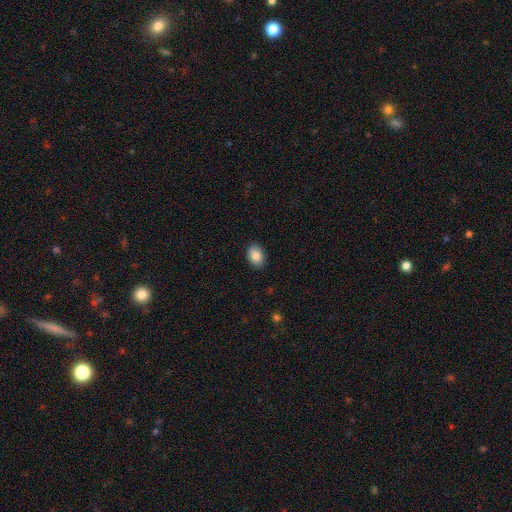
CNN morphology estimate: Overall: smooth (85%). How rounded: in between (74%). Merging: none (89%).